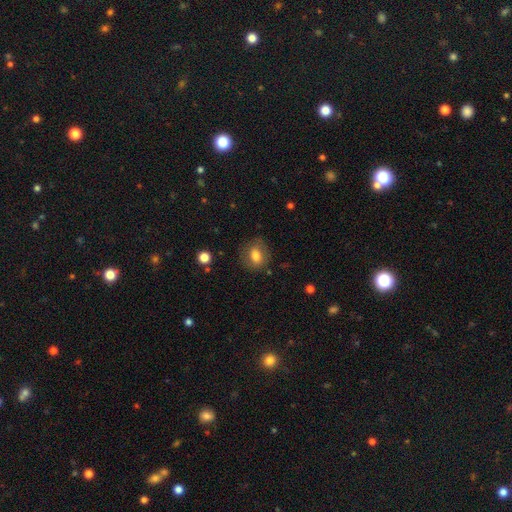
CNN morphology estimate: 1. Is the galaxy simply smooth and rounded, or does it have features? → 75% smooth, 16% featured or disk, 9% star or artifact.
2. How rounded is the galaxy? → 49% round (tied), 49% in between (tied), 1% cigar-shaped.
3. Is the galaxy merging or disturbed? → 78% none, 15% minor disturbance, 6% major disturbance, 1% merger.